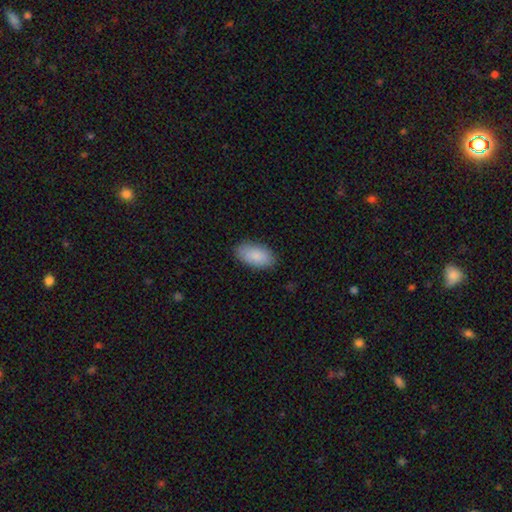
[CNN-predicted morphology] The model was most divided on "merging": none: 87%, minor disturbance: 10%, major disturbance: 2%, merger: 1%. More confident: how rounded — in between (95%); smooth or featured — smooth (89%).